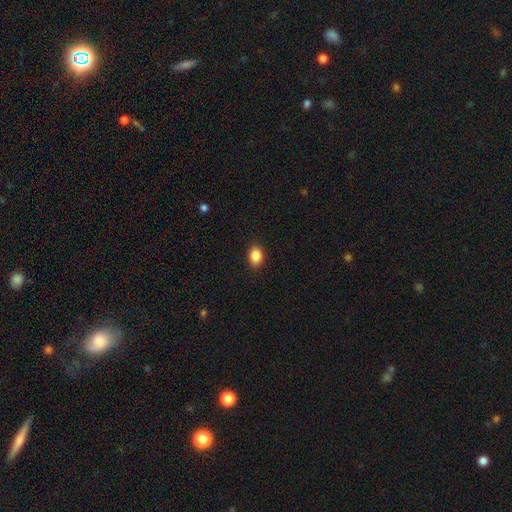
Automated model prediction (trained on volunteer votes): A smooth galaxy with no disk features (87%) that is in between round and cigar-shaped (63%).

Vote fractions:
- Smooth or featured? smooth: 87% / star or artifact: 9% / featured or disk: 4%
- How rounded? in between: 63% / round: 36% / cigar-shaped: 1%
- Merging? none: 89% / minor disturbance: 8% / major disturbance: 2% / merger: 1%